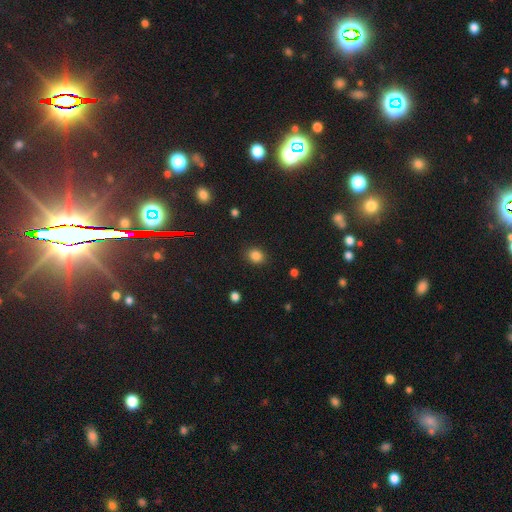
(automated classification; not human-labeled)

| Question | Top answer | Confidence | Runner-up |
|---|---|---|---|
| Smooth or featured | smooth | 84% | star or artifact (12%) |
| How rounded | round | 58% | in between (41%) |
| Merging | none | 87% | minor disturbance (9%) |